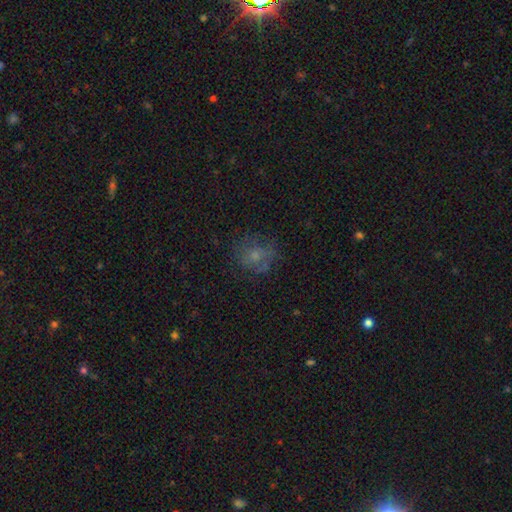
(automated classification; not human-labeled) Morphology: type=smooth (56%); roundness=round (73%); merging=none (62%).